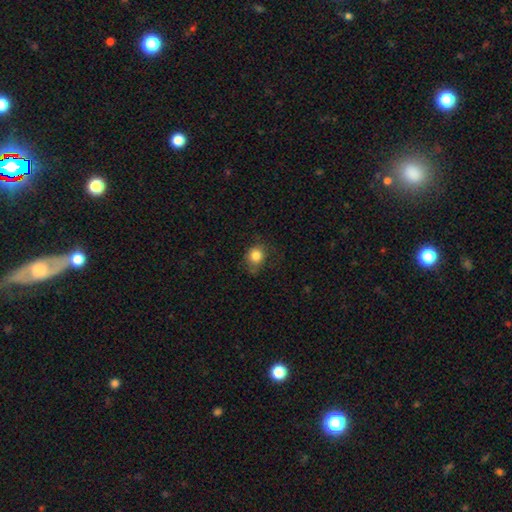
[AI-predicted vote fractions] This appears to be a smooth galaxy with no disk features (83%) that is round (71%). Merging: none (64%).